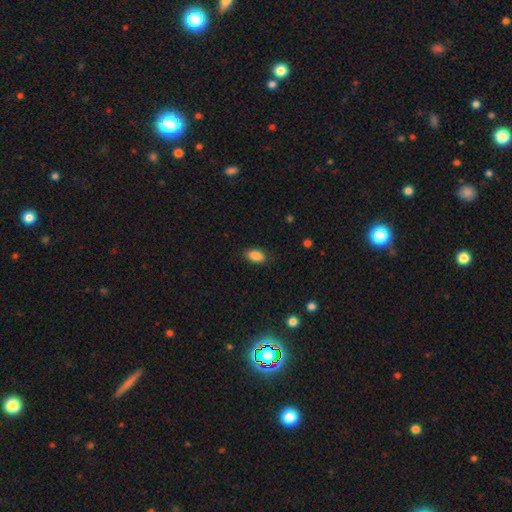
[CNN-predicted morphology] A smooth galaxy with no disk features (88%) that is in between round and cigar-shaped (90%). Merging: none (86%).